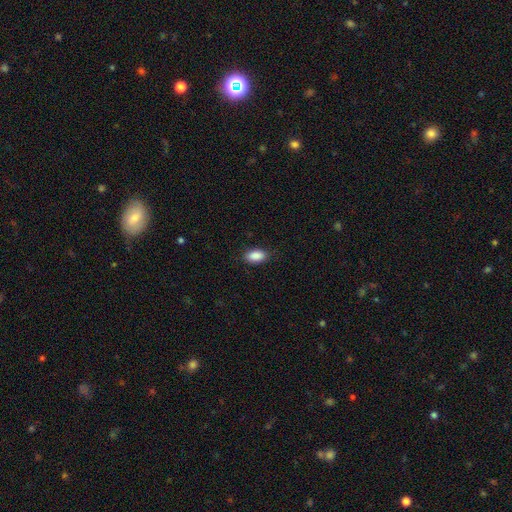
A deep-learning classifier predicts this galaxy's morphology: This is clearly a smooth galaxy (90%). How rounded: clearly in between (92%). Merging: clearly none (86%).